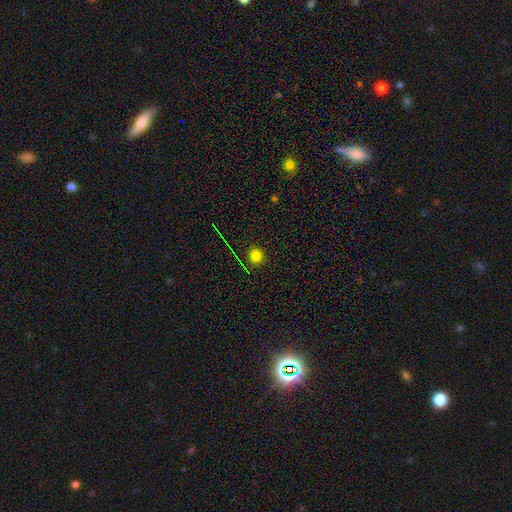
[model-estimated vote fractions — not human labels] smooth 76%, star or artifact 19%, featured or disk 6%. Down the decision tree: how rounded — round (93%); merging — none (90%).